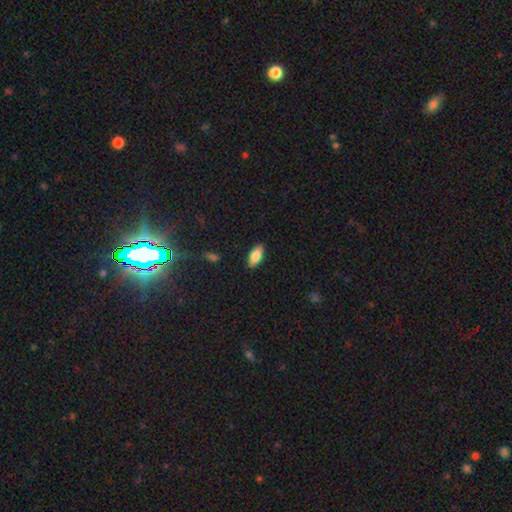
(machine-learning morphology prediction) type=smooth (80%); roundness=in between (86%); merging=none (88%).